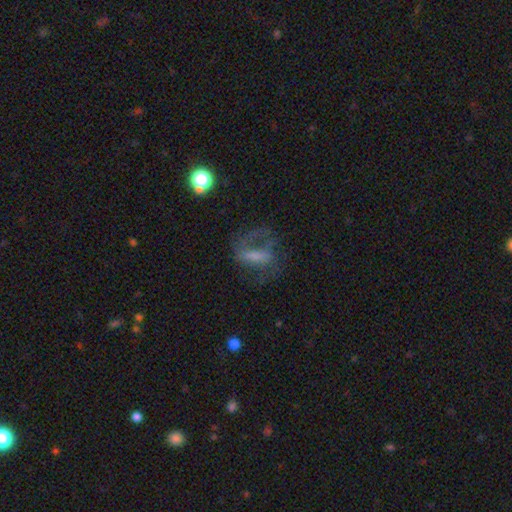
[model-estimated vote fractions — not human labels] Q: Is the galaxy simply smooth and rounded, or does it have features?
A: featured or disk — 56%.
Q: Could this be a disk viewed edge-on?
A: no — 91%.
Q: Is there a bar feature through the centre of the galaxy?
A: strong — 42%.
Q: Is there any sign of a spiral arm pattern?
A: yes — 61%.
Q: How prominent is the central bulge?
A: none — 42%.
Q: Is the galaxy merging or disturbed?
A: none — 42%.